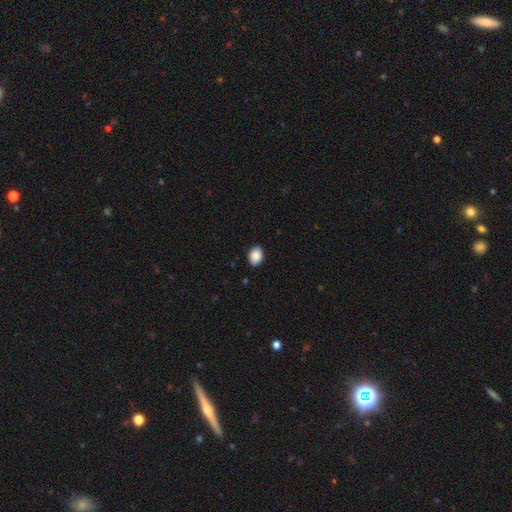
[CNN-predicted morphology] Smooth or featured?
  - smooth: 88% *
  - star or artifact: 7%
  - featured or disk: 4%
How rounded?
  - in between: 77% *
  - round: 22%
  - cigar-shaped: 1%
Merging?
  - none: 89% *
  - minor disturbance: 8%
  - major disturbance: 2%
  - merger: 1%